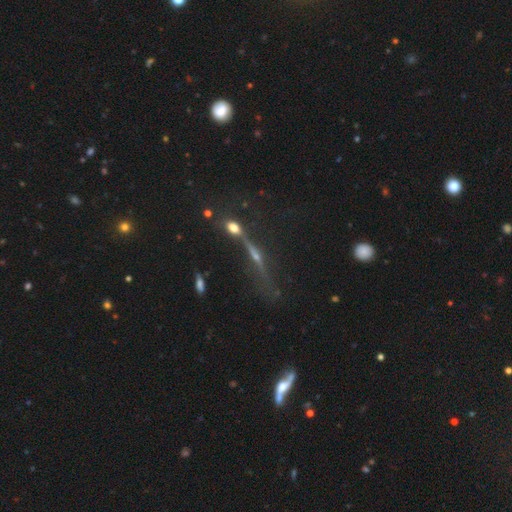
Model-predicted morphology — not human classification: featured or disk 60%, star or artifact 22%, smooth 18%. Down the decision tree: edge-on disk — yes (84%); edge-on bulge — rounded (78%); merging — none (56%).